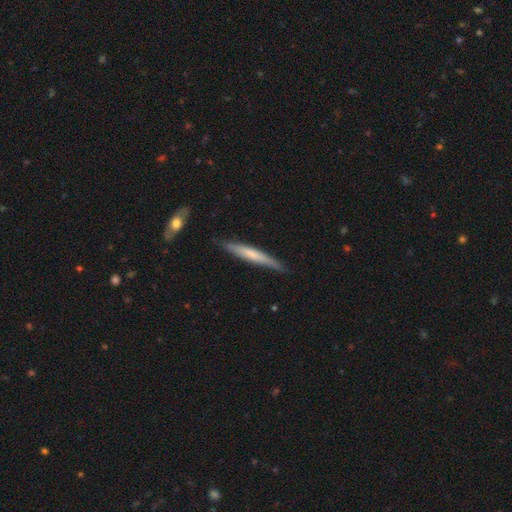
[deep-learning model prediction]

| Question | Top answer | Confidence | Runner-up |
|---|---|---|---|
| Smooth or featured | smooth | 48% | featured or disk (46%) |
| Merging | none | 85% | minor disturbance (12%) |